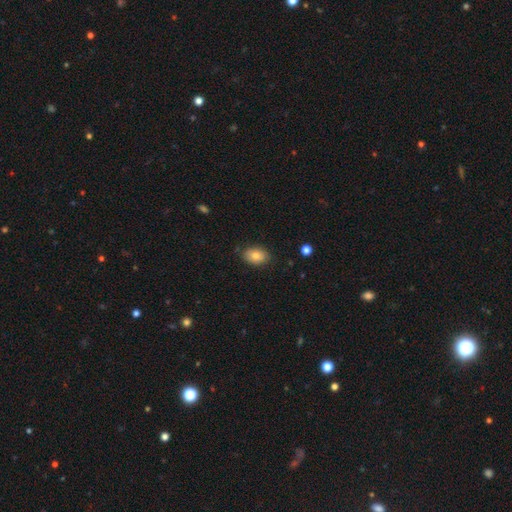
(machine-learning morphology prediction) smooth-or-featured: smooth: 83% | featured or disk: 9% | star or artifact: 8%
  how-rounded: in between: 84% | round: 15% | cigar-shaped: 1%
  merging: none: 83% | minor disturbance: 13% | major disturbance: 3% | merger: 1%